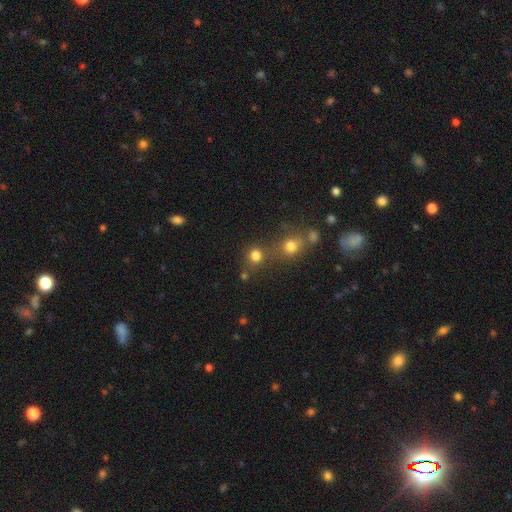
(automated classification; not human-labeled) The model was most divided on "merging": none: 61%, merger: 26%, minor disturbance: 8%, major disturbance: 5%. More confident: how rounded — round (88%); smooth or featured — smooth (78%).